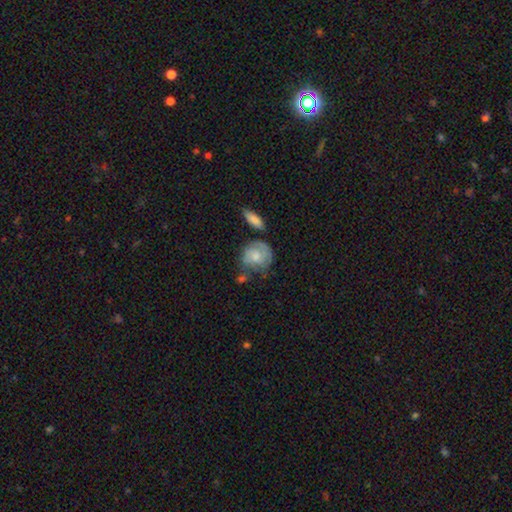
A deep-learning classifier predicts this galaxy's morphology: type=smooth (57%); roundness=round (70%); merging=none (47%).